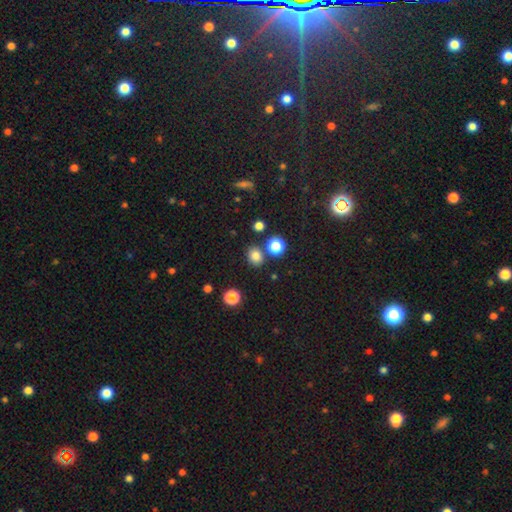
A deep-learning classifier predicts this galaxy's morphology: smooth 80%, star or artifact 15%, featured or disk 5%. Down the decision tree: how rounded — round (66%); merging — none (77%).